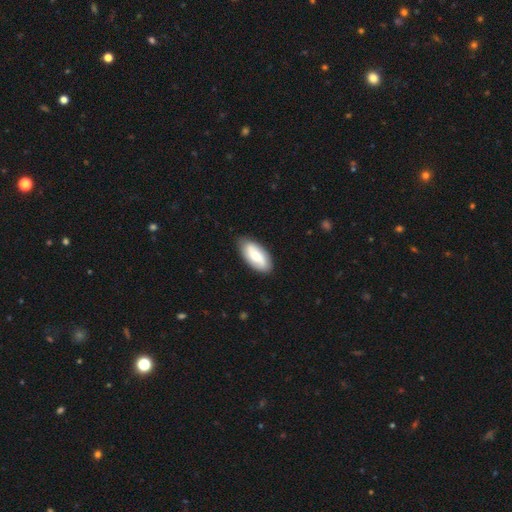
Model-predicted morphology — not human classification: Q: Smooth or featured?
A: smooth (64%); runner-up: featured or disk (30%)
Q: How rounded?
A: in between (91%); runner-up: cigar-shaped (7%)
Q: Merging?
A: none (84%); runner-up: minor disturbance (12%)